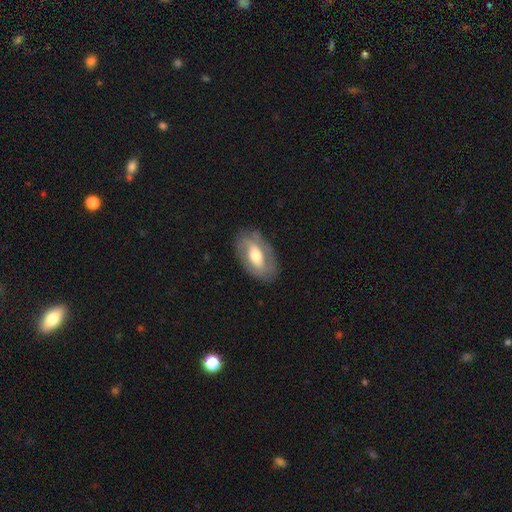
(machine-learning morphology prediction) Smooth or featured? Predicted: featured or disk (p=0.54). Edge-on disk? Predicted: no (p=0.88). Merging? Predicted: none (p=0.79).